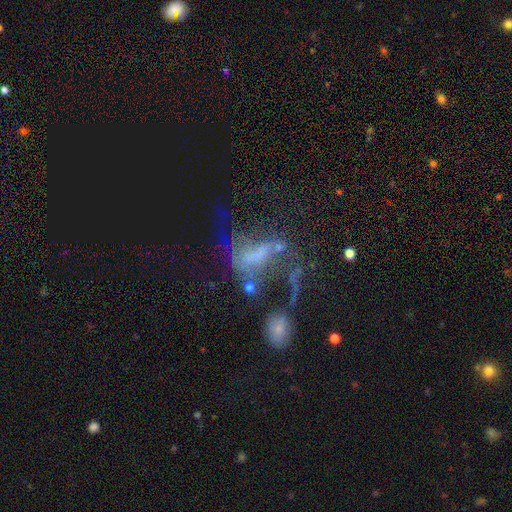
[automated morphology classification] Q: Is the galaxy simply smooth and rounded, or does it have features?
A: featured or disk — 50%.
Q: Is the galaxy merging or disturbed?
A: major disturbance — 42%.